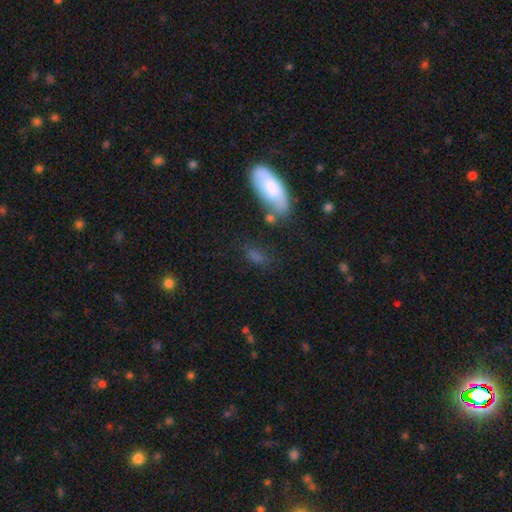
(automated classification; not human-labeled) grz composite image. It shows a smooth galaxy with no disk features (66%) that is in between round and cigar-shaped (65%). Merging: none (61%).